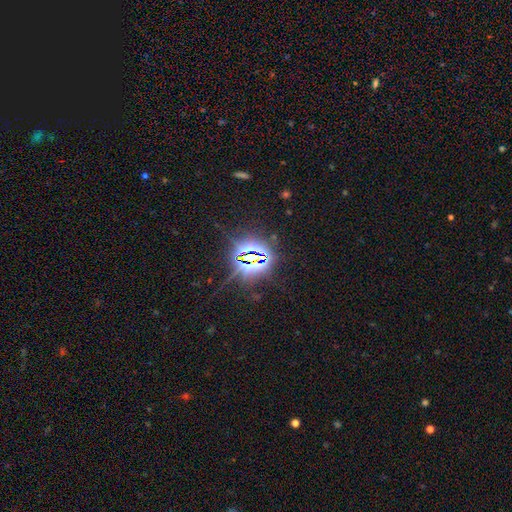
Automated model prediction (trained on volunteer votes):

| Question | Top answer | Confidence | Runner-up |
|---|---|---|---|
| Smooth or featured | star or artifact | 84% | smooth (9%) |